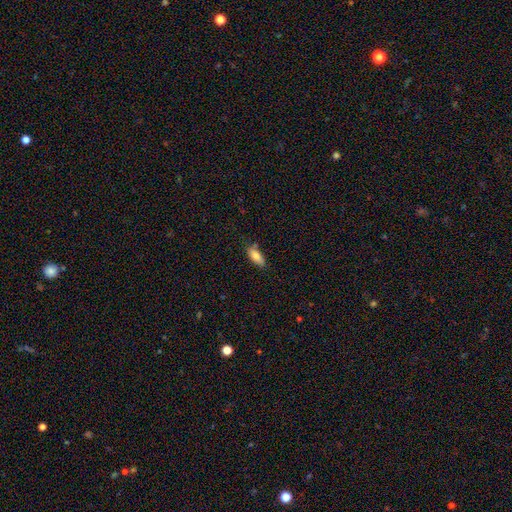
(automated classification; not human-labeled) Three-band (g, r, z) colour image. It shows a smooth galaxy with no disk features (81%) that is in between round and cigar-shaped (81%). Merging: none (78%).